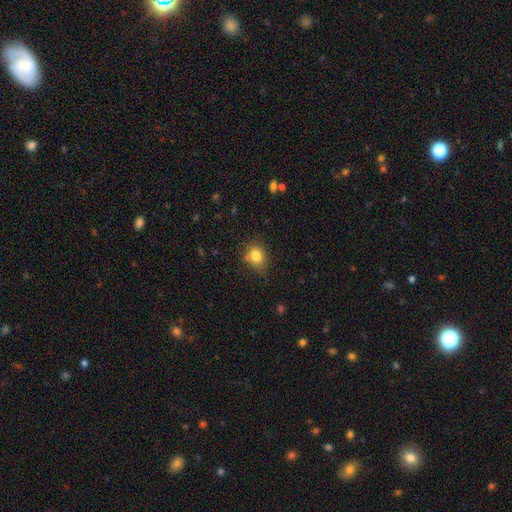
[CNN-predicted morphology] This appears to be a smooth galaxy with no disk features (82%) that is round (61%). Merging: none (69%).